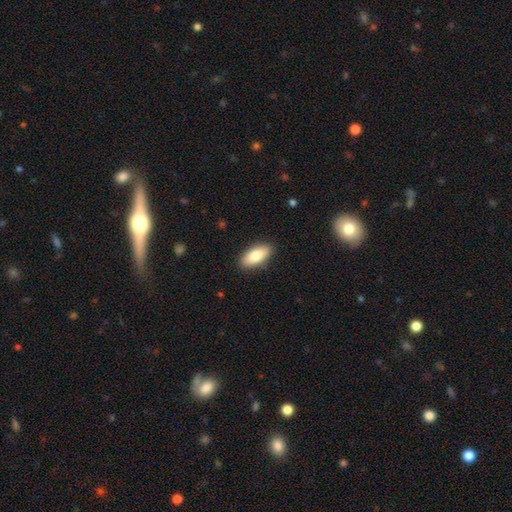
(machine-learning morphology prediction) Smooth or featured: smooth — 81% (featured or disk — 13%)
How rounded: in between — 86% (cigar-shaped — 11%)
Merging: none — 89% (minor disturbance — 8%)